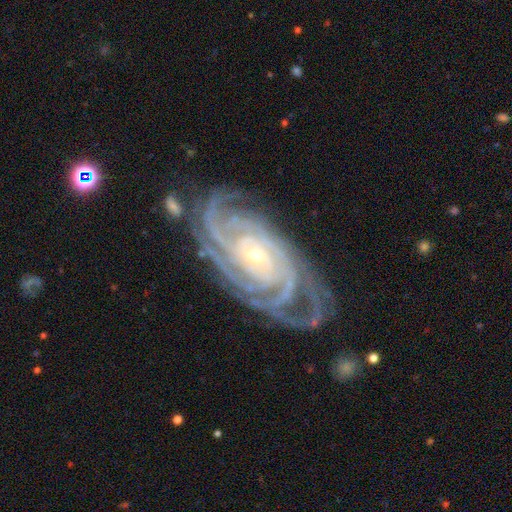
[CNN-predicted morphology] A featured or disk galaxy (93%) with no bar (66%), 4 (36%) tight (80%) spiral arms (99%) and a small central bulge (75%). Merging: none (72%).